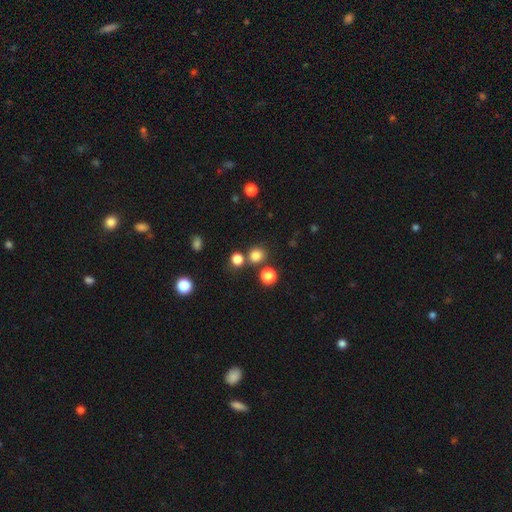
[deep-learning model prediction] Q: Smooth or featured?
A: smooth (79%); runner-up: star or artifact (16%)
Q: How rounded?
A: round (85%); runner-up: in between (14%)
Q: Merging?
A: none (75%); runner-up: merger (15%)